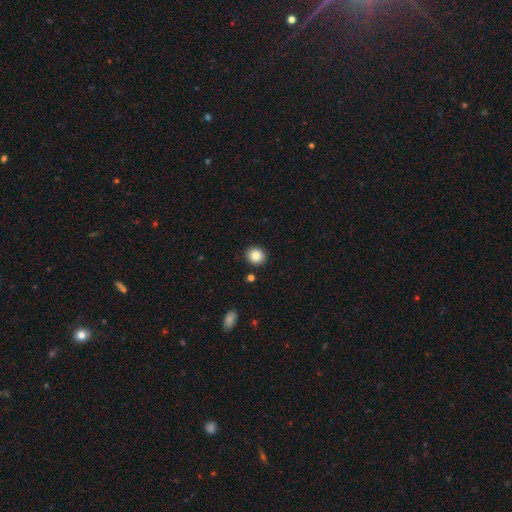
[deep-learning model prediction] Smooth or featured? smooth (84%)
How rounded? round (87%)
Merging? none (91%)